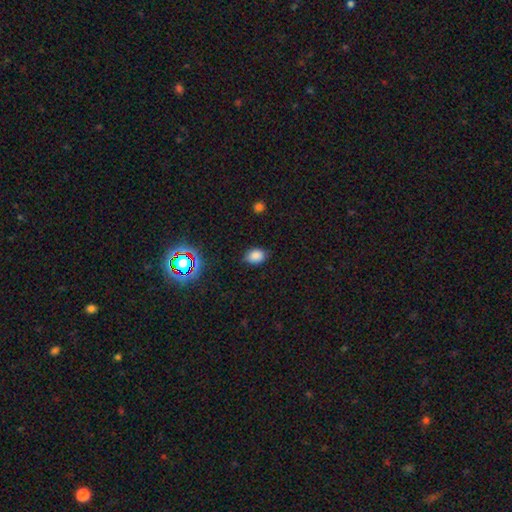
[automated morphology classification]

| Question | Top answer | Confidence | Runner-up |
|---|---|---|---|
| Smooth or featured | smooth | 81% | star or artifact (13%) |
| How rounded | in between | 72% | round (27%) |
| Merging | none | 79% | minor disturbance (16%) |